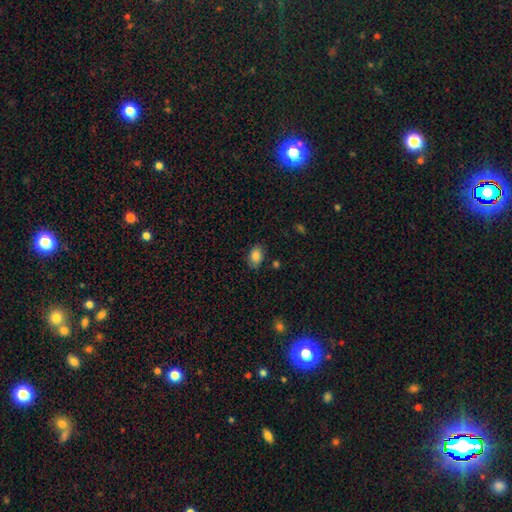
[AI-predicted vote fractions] Q: Smooth or featured?
A: smooth (85%); runner-up: star or artifact (9%)
Q: How rounded?
A: in between (84%); runner-up: round (14%)
Q: Merging?
A: none (80%); runner-up: minor disturbance (14%)